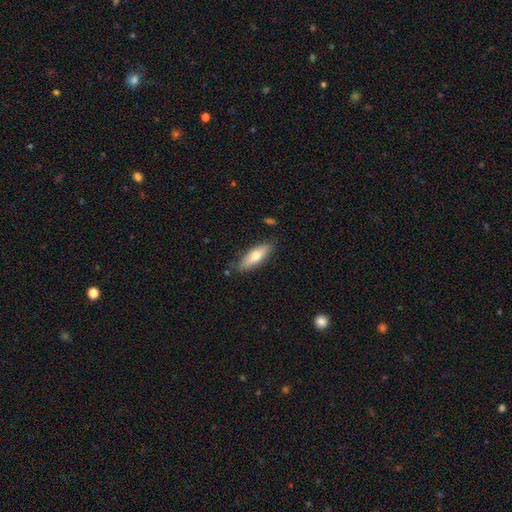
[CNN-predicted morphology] A smooth galaxy with no disk features (67%) that is in between round and cigar-shaped (50%).

Vote fractions:
- Smooth or featured? smooth: 67% / featured or disk: 27% / star or artifact: 6%
- How rounded? in between: 50% / cigar-shaped: 47% / round: 2%
- Merging? none: 82% / minor disturbance: 14% / major disturbance: 2% / merger: 2%